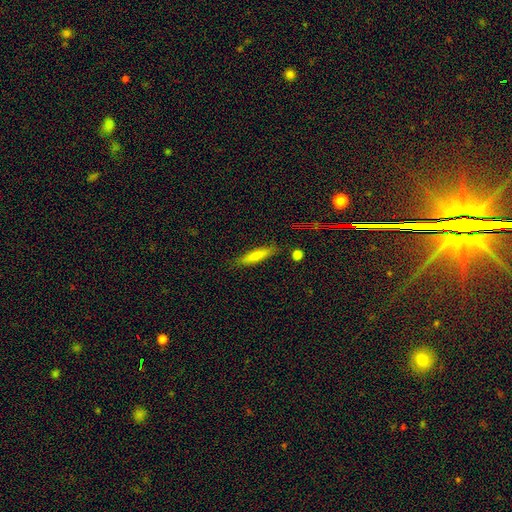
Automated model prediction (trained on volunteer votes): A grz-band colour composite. It shows a smooth galaxy with no disk features (66%) that is cigar-shaped (82%). Merging: none (85%).